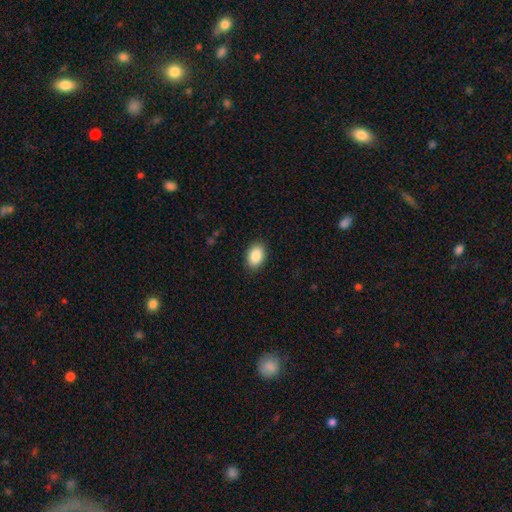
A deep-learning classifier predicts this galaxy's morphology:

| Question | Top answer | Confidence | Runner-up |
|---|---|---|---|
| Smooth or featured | smooth | 89% | star or artifact (7%) |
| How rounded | in between | 85% | round (14%) |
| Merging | none | 88% | minor disturbance (9%) |